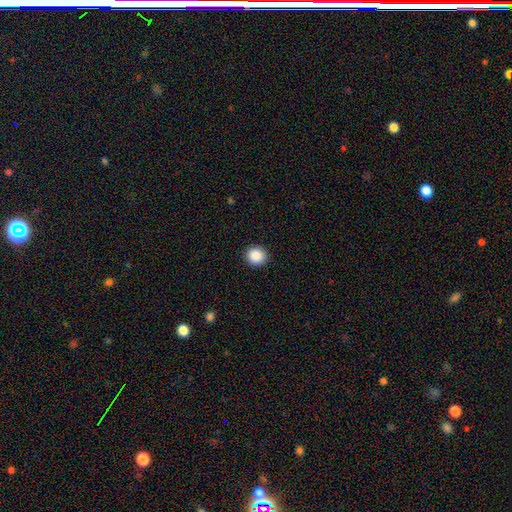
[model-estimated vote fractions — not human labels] Smooth or featured: smooth — 89% (star or artifact — 8%)
How rounded: round — 85% (in between — 14%)
Merging: none — 92% (minor disturbance — 6%)